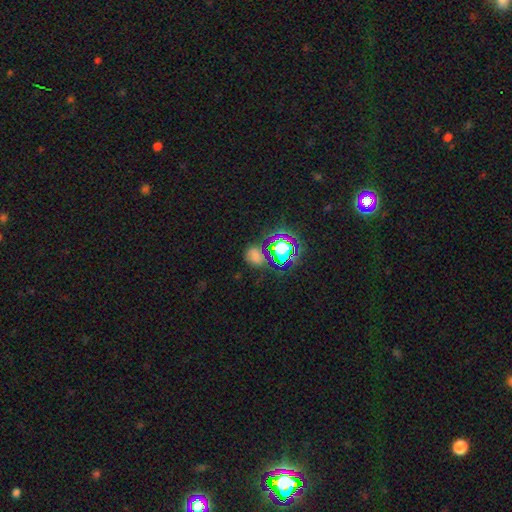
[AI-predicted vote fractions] Overall: smooth (53%; star or artifact 39%). How rounded: round (53%; in between 45%). Merging: none (69%).